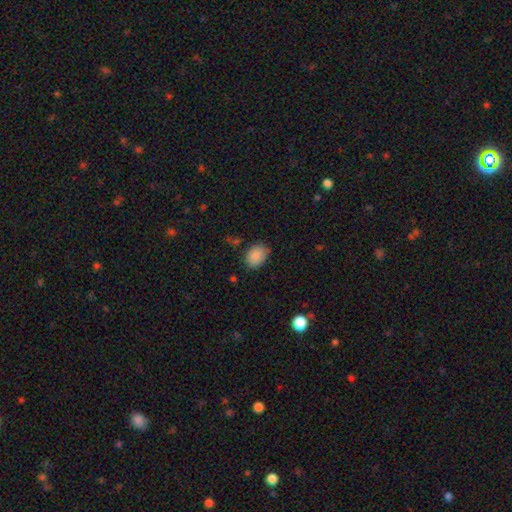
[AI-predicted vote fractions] Smooth or featured?
  - smooth: 87% *
  - star or artifact: 9%
  - featured or disk: 4%
How rounded?
  - in between: 68% *
  - round: 31%
  - cigar-shaped: 1%
Merging?
  - none: 76% *
  - minor disturbance: 18%
  - major disturbance: 4%
  - merger: 2%